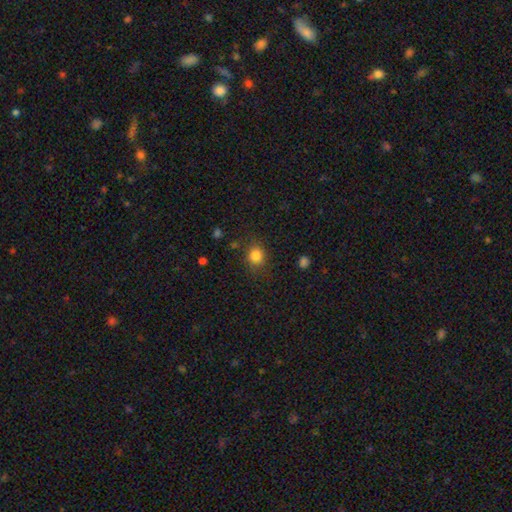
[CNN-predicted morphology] This is clearly a smooth galaxy (83%). How rounded: likely round (76%). Merging: clearly none (80%).